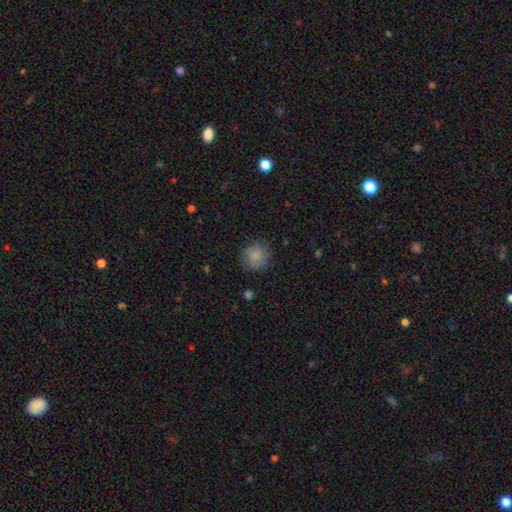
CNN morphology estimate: Q: Smooth or featured?
A: smooth (84%); runner-up: star or artifact (8%)
Q: How rounded?
A: round (86%); runner-up: in between (13%)
Q: Merging?
A: none (79%); runner-up: minor disturbance (15%)